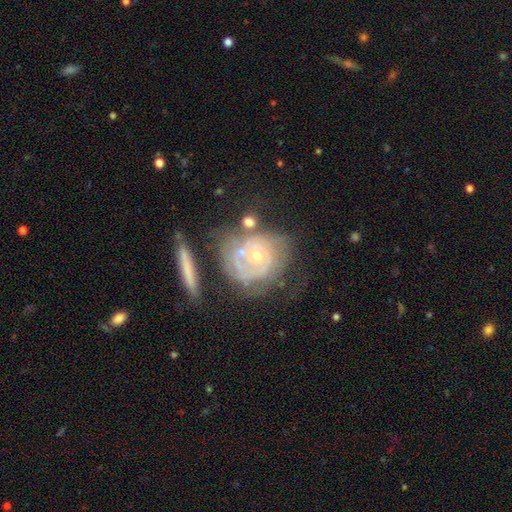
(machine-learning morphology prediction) smooth_or_featured: featured or disk (p=0.74) [alt: smooth p=0.18]
disk_edge_on: no (p=0.96) [alt: yes p=0.04]
bar: no (p=0.80) [alt: weak p=0.16]
has_spiral_arms: yes (p=0.79) [alt: no p=0.21]
spiral_winding: tight (p=0.65) [alt: medium p=0.26]
spiral_arm_count: can't tell (p=0.44) [alt: 2 p=0.30]
bulge_size: small (p=0.56) [alt: moderate p=0.40]
merging: none (p=0.42) [alt: minor disturbance p=0.22]